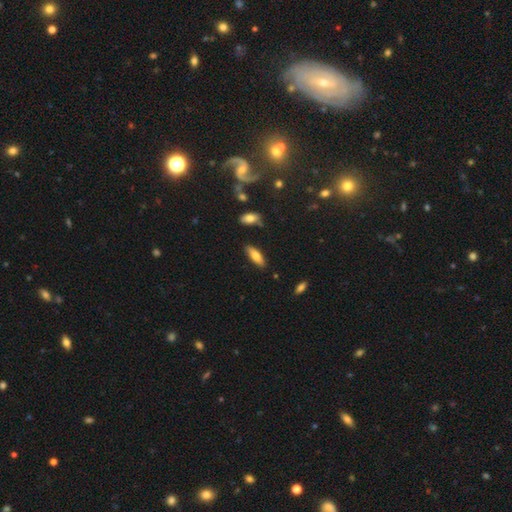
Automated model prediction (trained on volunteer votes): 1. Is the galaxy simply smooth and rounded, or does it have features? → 73% smooth, 21% featured or disk, 7% star or artifact.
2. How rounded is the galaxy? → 58% in between, 41% cigar-shaped, 2% round.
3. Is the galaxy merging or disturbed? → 83% none, 12% minor disturbance, 3% merger, 2% major disturbance.